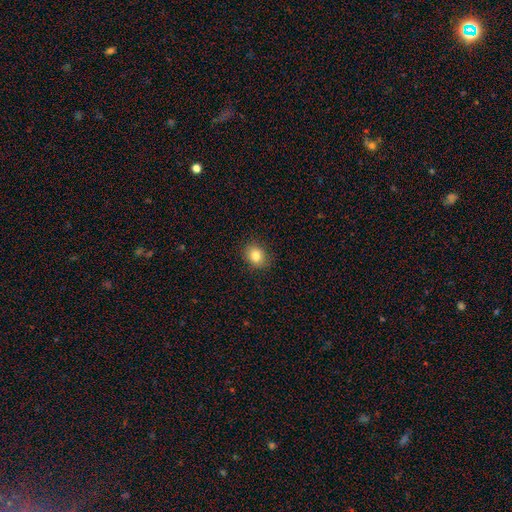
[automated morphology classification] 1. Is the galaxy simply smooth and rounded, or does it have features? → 82% smooth, 10% star or artifact, 7% featured or disk.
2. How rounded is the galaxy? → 58% round, 41% in between, 1% cigar-shaped.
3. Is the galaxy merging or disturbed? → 89% none, 8% minor disturbance, 2% major disturbance, 1% merger.